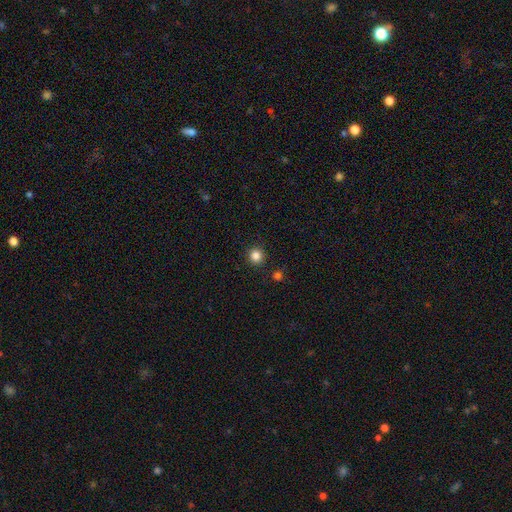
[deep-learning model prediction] smooth 84%, star or artifact 12%, featured or disk 4%. Down the decision tree: how rounded — round (93%); merging — none (90%).